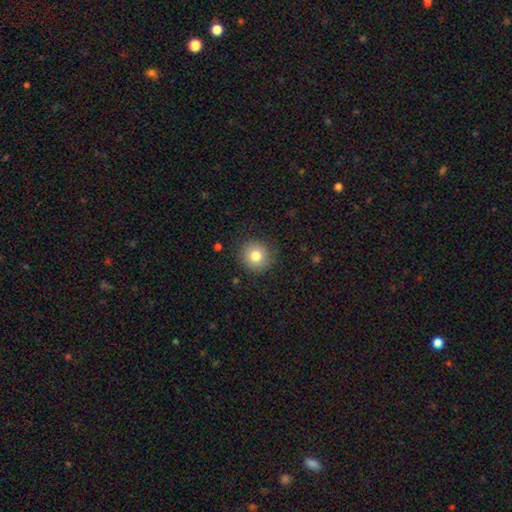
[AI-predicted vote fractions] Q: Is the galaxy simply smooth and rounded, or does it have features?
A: smooth — 81%.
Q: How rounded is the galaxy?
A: round — 92%.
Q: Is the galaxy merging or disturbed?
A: none — 87%.